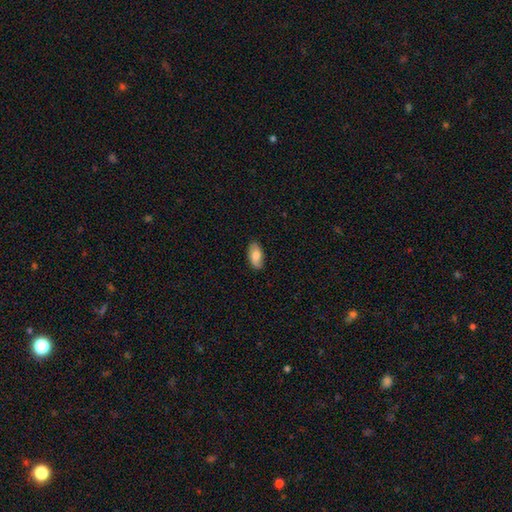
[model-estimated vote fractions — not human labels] Morphology: type=smooth (74%); roundness=in between (92%); merging=none (83%).